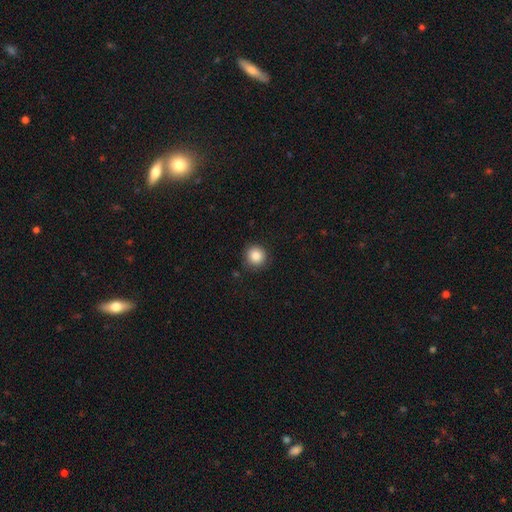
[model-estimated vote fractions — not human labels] The model was most divided on "smooth or featured": smooth: 85%, star or artifact: 10%, featured or disk: 5%. More confident: how rounded — round (94%); merging — none (88%).